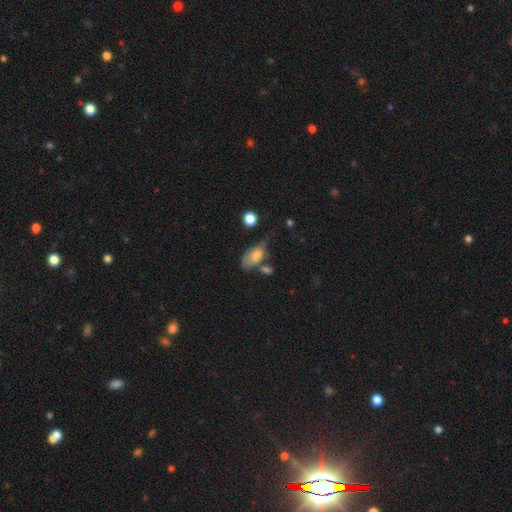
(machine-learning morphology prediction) A smooth galaxy with no disk features (73%) that is in between round and cigar-shaped (90%).

Vote fractions:
- Smooth or featured? smooth: 73% / featured or disk: 19% / star or artifact: 8%
- How rounded? in between: 90% / round: 5% / cigar-shaped: 5%
- Merging? minor disturbance: 32% / none: 31% / major disturbance: 20% / merger: 17%